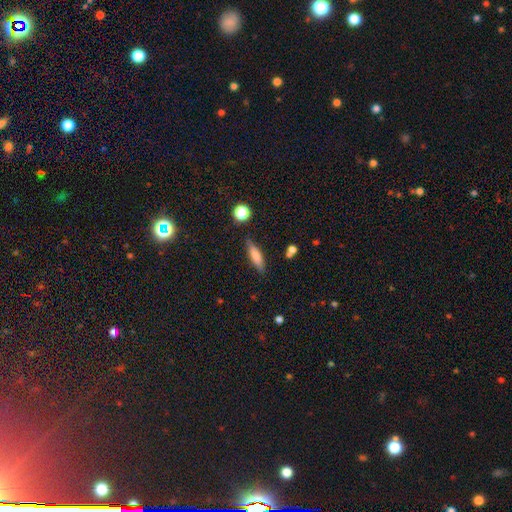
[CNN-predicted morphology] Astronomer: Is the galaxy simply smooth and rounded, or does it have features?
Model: smooth — 74%.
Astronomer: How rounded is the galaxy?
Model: cigar-shaped — 66%.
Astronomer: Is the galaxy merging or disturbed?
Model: none — 81%.